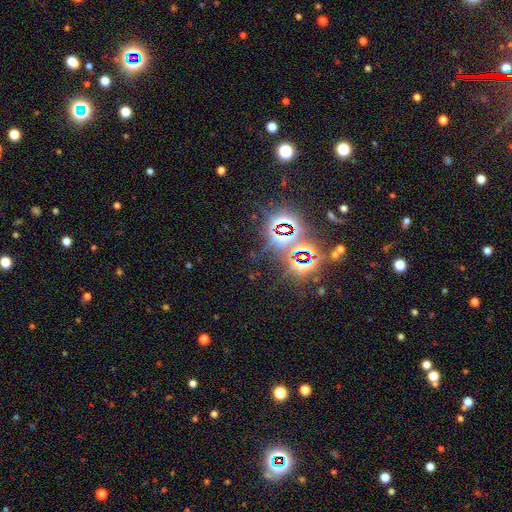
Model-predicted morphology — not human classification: Overall: star or artifact (82%).